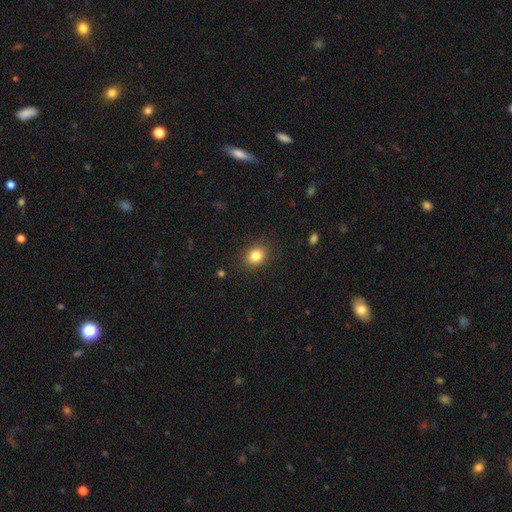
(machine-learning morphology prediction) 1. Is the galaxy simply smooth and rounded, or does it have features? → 84% smooth, 10% star or artifact, 6% featured or disk.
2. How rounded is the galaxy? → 55% round, 44% in between, 1% cigar-shaped.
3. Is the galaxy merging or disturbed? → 88% none, 9% minor disturbance, 3% major disturbance, 1% merger.